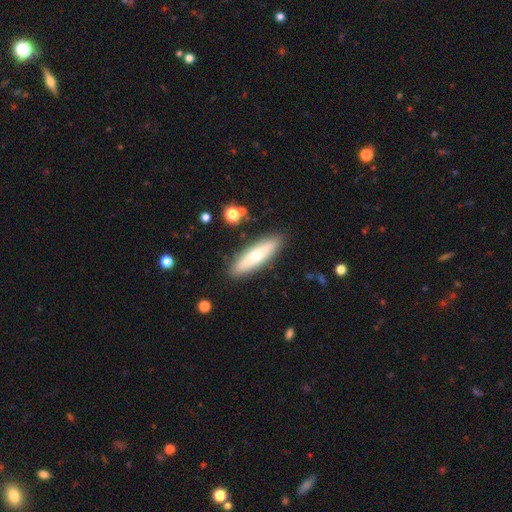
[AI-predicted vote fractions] smooth-or-featured: smooth: 59% | featured or disk: 35% | star or artifact: 6%
  how-rounded: cigar-shaped: 63% | in between: 35% | round: 2%
  merging: none: 88% | minor disturbance: 8% | major disturbance: 2% | merger: 2%